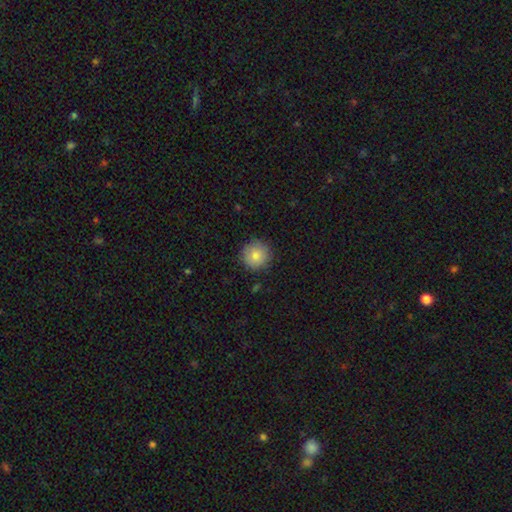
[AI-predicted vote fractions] Q: Smooth or featured?
A: smooth (82%); runner-up: featured or disk (10%)
Q: How rounded?
A: round (95%); runner-up: in between (4%)
Q: Merging?
A: none (87%); runner-up: minor disturbance (9%)